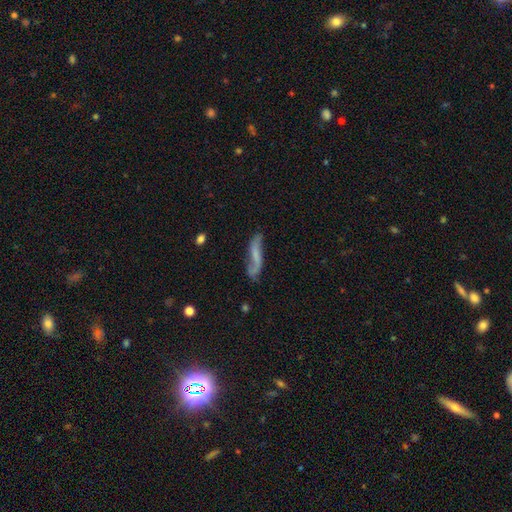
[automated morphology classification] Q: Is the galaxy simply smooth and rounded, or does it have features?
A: featured or disk — 61%.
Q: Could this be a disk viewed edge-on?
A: no — 77%.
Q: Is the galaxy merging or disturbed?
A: none — 60%.